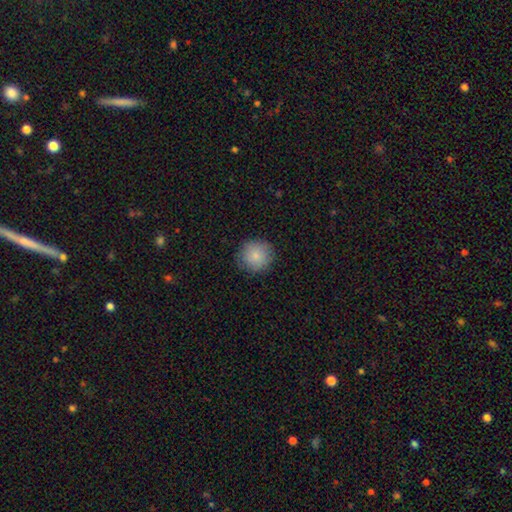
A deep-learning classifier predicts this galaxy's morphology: Smooth or featured? Predicted: smooth (p=0.84). How rounded? Predicted: round (p=0.93). Merging? Predicted: none (p=0.86).